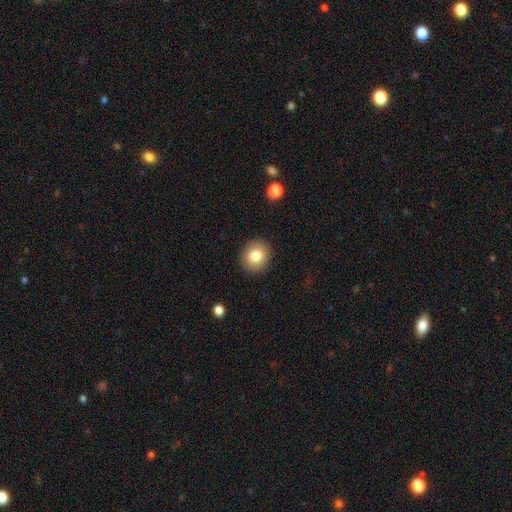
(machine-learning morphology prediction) smooth-or-featured: smooth: 81% | featured or disk: 10% | star or artifact: 9%
  how-rounded: round: 81% | in between: 19% | cigar-shaped: 1%
  merging: none: 90% | minor disturbance: 7% | major disturbance: 2% | merger: 1%